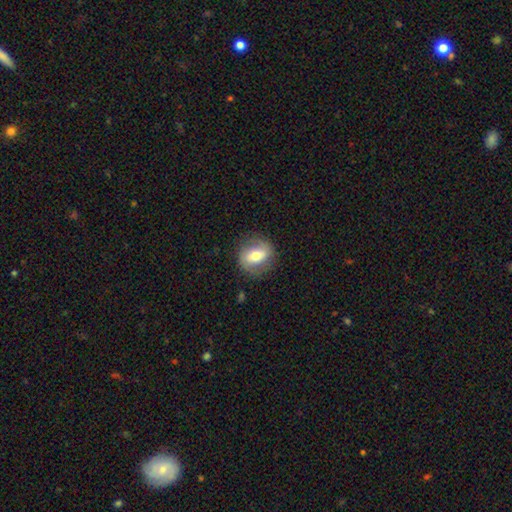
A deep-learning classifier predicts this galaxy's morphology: Smooth or featured? Predicted: smooth (p=0.50). How rounded? Predicted: round (p=0.61). Merging? Predicted: none (p=0.81).